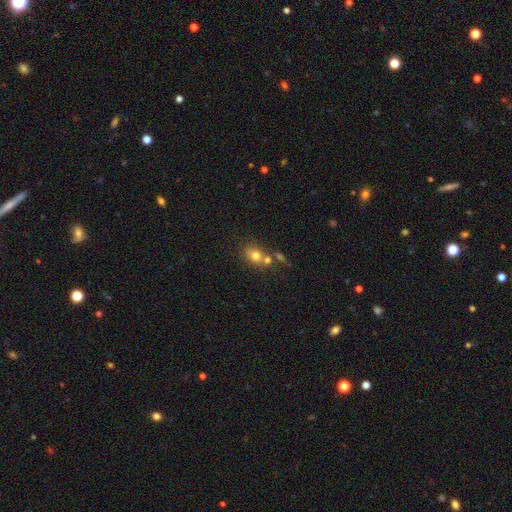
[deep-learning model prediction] smooth 73%, featured or disk 14%, star or artifact 13%. Down the decision tree: how rounded — round (54%); merging — none (44%).